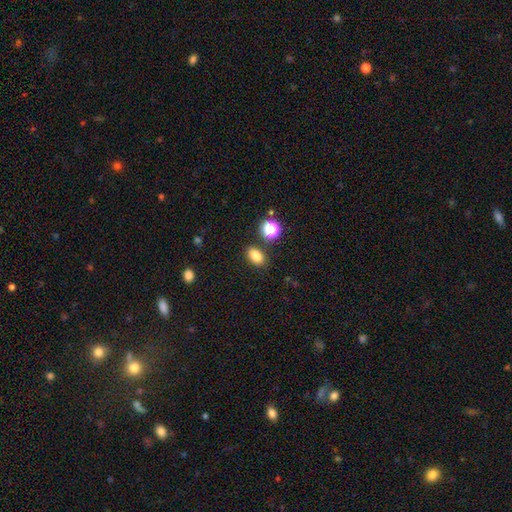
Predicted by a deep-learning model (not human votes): Smooth or featured: smooth — 81% (star or artifact — 13%)
How rounded: in between — 81% (round — 17%)
Merging: none — 81% (minor disturbance — 10%)